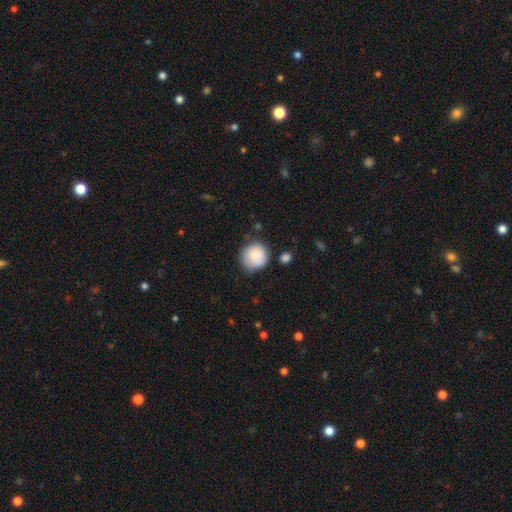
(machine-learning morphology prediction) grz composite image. It shows a smooth galaxy with no disk features (84%) that is round (88%). Merging: none (69%).